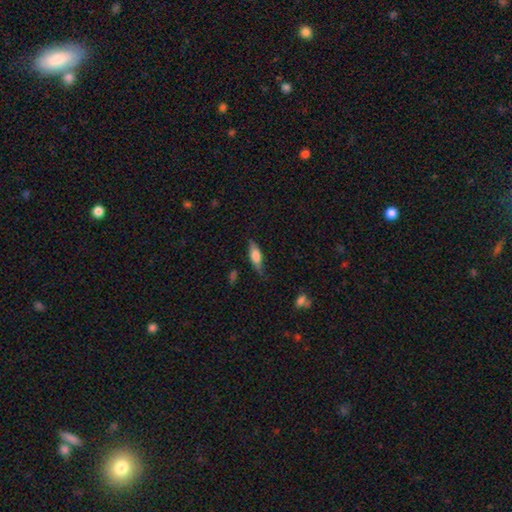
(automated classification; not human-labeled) Smooth or featured? Predicted: smooth (p=0.69). How rounded? Predicted: in between (p=0.62). Merging? Predicted: none (p=0.67).